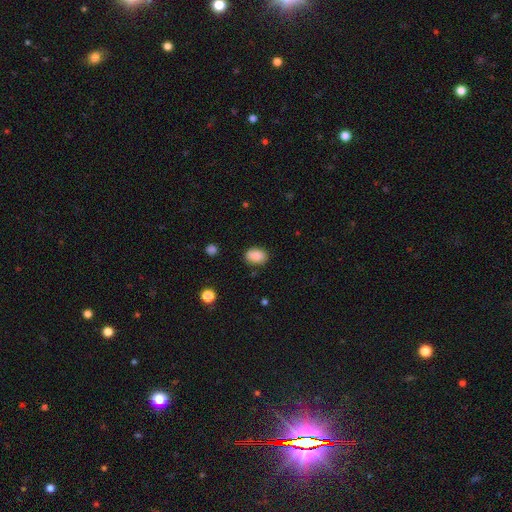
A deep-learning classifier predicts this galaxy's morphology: Smooth or featured?
  - smooth: 88% *
  - star or artifact: 8%
  - featured or disk: 4%
How rounded?
  - in between: 80% *
  - round: 19%
  - cigar-shaped: 1%
Merging?
  - none: 83% *
  - minor disturbance: 13%
  - major disturbance: 3%
  - merger: 2%